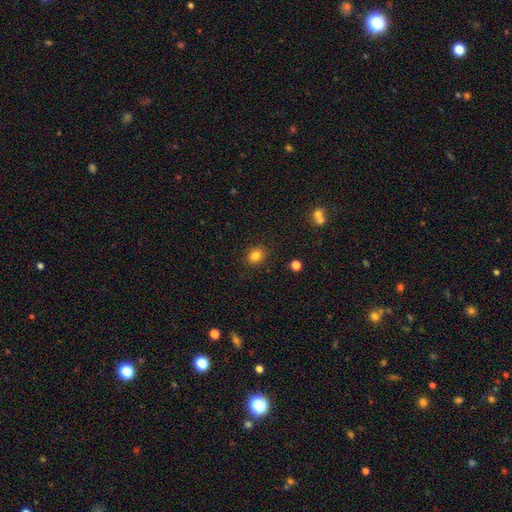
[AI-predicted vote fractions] Morphology: type=smooth (83%); roundness=round (63%); merging=none (88%).